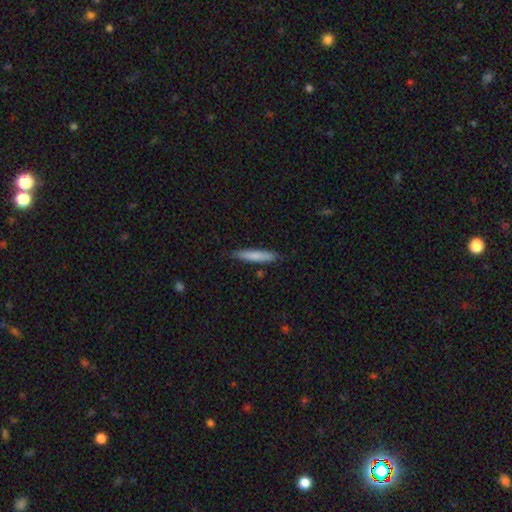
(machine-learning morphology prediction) smooth-or-featured: smooth: 80% | featured or disk: 14% | star or artifact: 6%
  how-rounded: cigar-shaped: 89% | in between: 10% | round: 1%
  merging: none: 85% | minor disturbance: 11% | major disturbance: 2% | merger: 2%